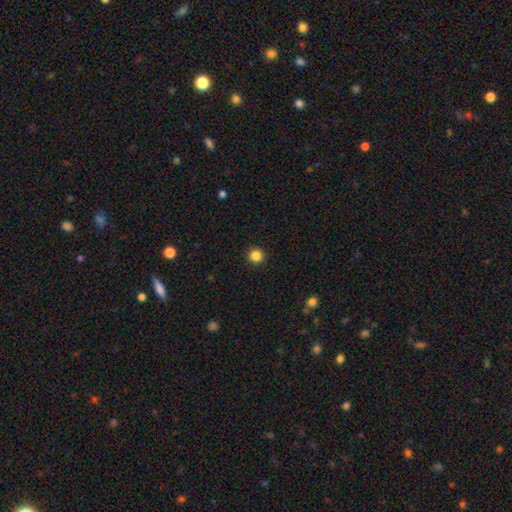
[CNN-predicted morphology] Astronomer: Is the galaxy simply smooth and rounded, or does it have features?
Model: smooth — 85%.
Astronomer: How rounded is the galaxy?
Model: round — 95%.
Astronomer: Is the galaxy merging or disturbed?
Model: none — 93%.